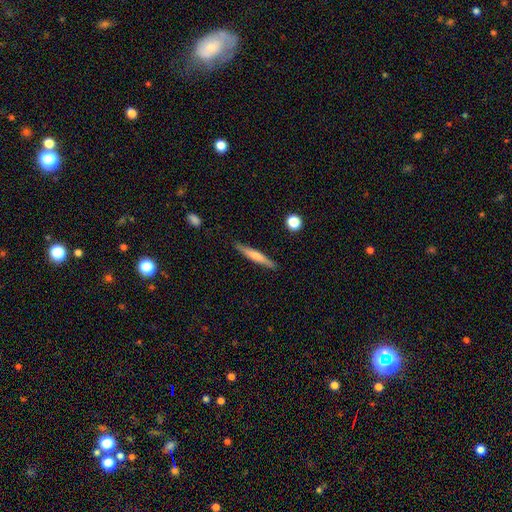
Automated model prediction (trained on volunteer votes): Overall: smooth (58%; featured or disk 35%). How rounded: cigar-shaped (93%). Merging: none (86%).